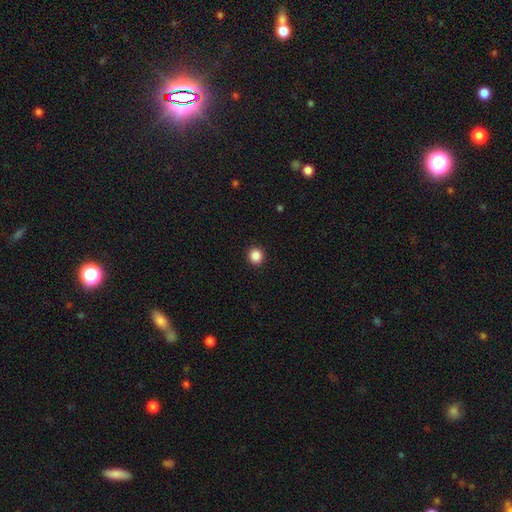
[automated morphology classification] smooth-or-featured: smooth: 87% | star or artifact: 10% | featured or disk: 3%
  how-rounded: round: 93% | in between: 6% | cigar-shaped: 1%
  merging: none: 93% | minor disturbance: 5% | major disturbance: 2% | merger: 1%